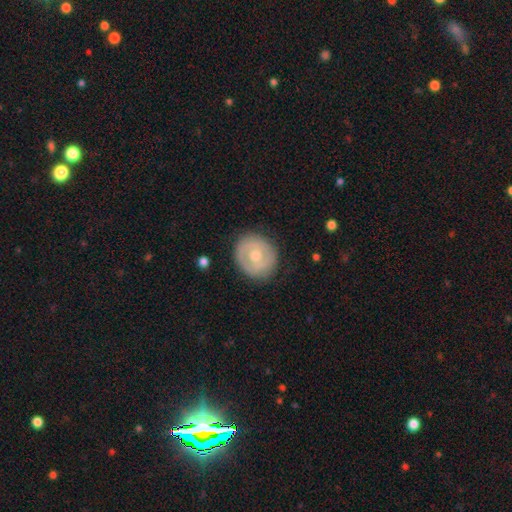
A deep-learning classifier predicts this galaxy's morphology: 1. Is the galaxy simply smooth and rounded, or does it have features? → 63% featured or disk, 31% smooth, 5% star or artifact.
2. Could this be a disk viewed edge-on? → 97% no, 3% yes.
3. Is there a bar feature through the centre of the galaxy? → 64% no, 30% weak, 6% strong.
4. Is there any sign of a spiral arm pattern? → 65% yes, 35% no.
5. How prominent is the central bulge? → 62% moderate, 33% small, 3% large, 2% none, 1% dominant.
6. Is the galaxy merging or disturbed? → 84% none, 12% minor disturbance, 3% major disturbance, 1% merger.